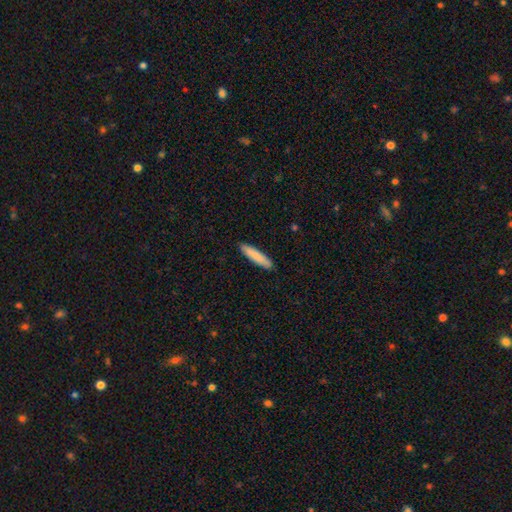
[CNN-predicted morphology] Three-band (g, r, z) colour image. It shows a smooth galaxy with no disk features (85%) that is cigar-shaped (87%). Merging: none (89%).